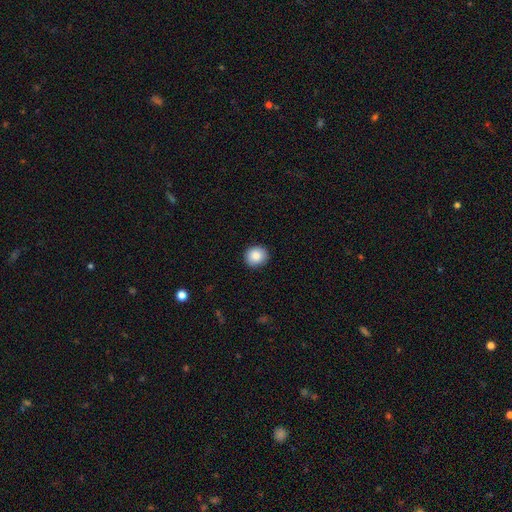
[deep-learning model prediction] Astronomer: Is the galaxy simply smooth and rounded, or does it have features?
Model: smooth — 86%.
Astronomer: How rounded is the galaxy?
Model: round — 85%.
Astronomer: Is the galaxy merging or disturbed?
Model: none — 90%.